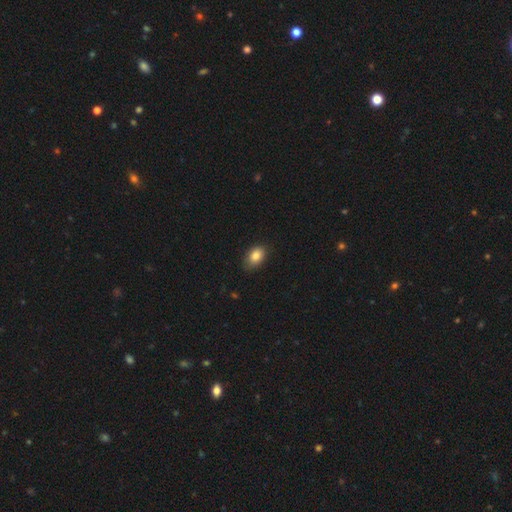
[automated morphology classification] smooth 84%, star or artifact 8%, featured or disk 8%. Down the decision tree: how rounded — in between (85%); merging — none (79%).